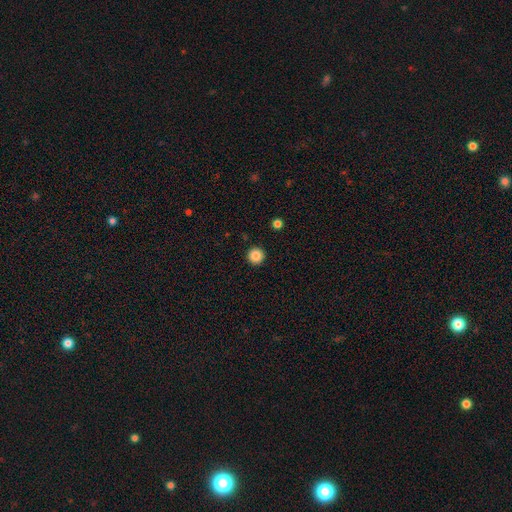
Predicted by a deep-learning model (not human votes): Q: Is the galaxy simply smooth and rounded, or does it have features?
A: smooth — 86%.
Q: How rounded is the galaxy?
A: round — 96%.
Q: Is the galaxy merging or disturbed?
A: none — 94%.